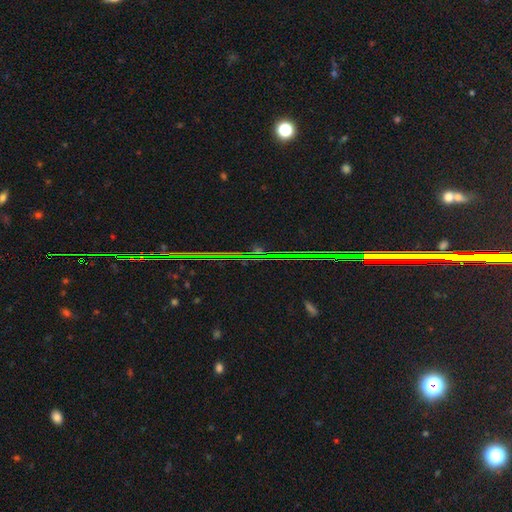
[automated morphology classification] Smooth or featured: star or artifact — 85% (featured or disk — 8%)